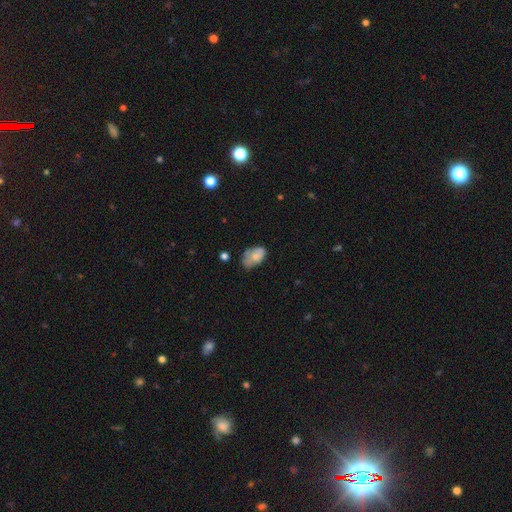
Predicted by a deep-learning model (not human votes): smooth_or_featured: smooth (p=0.65) [alt: featured or disk p=0.26]
how_rounded: in between (p=0.88) [alt: round p=0.10]
merging: none (p=0.37) [tied with: minor disturbance p=0.37]